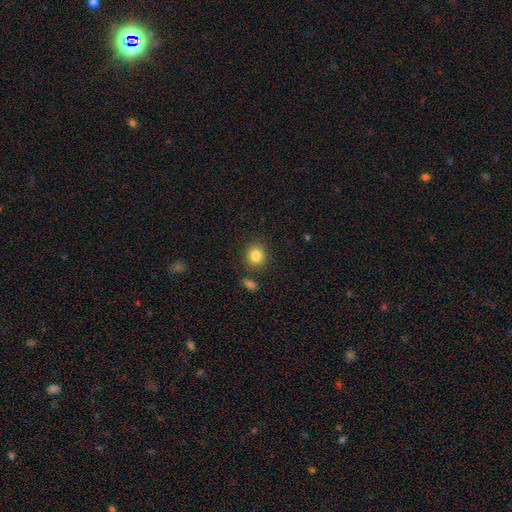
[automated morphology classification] smooth 85%, star or artifact 10%, featured or disk 5%. Down the decision tree: how rounded — round (84%); merging — none (84%).